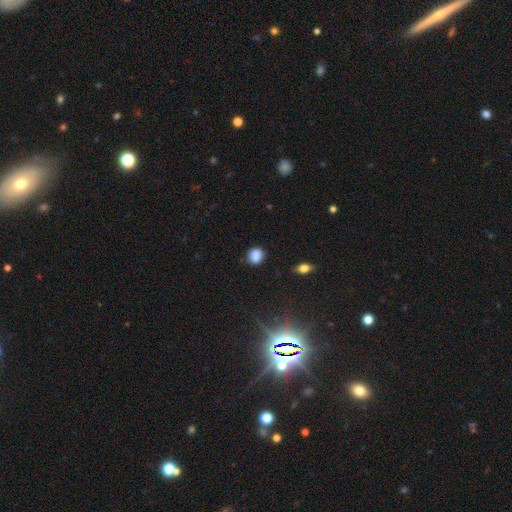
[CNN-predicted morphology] smooth_or_featured: smooth (p=0.84) [alt: star or artifact p=0.11]
how_rounded: round (p=0.60) [alt: in between p=0.39]
merging: none (p=0.73) [alt: minor disturbance p=0.19]